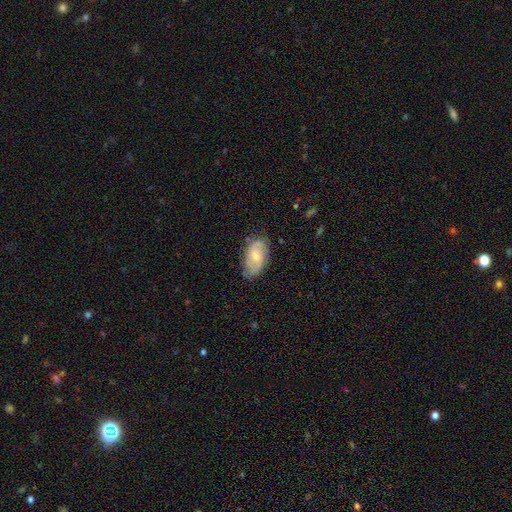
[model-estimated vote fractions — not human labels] Q: Smooth or featured?
A: featured or disk (56%); runner-up: smooth (37%)
Q: Edge-on disk?
A: no (95%); runner-up: yes (5%)
Q: Bar?
A: no (57%); runner-up: weak (36%)
Q: Spiral arms?
A: yes (81%); runner-up: no (19%)
Q: Bulge size?
A: moderate (51%); runner-up: small (45%)
Q: Merging?
A: none (69%); runner-up: minor disturbance (25%)